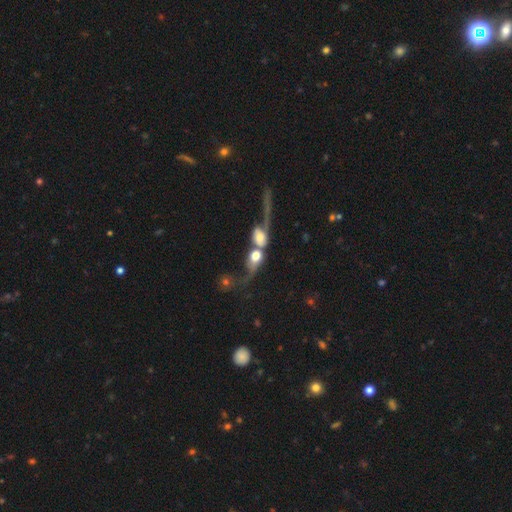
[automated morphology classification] Smooth or featured?
  - smooth: 48% *
  - featured or disk: 41%
  - star or artifact: 11%
Merging?
  - merger: 77% *
  - major disturbance: 11%
  - none: 8%
  - minor disturbance: 4%